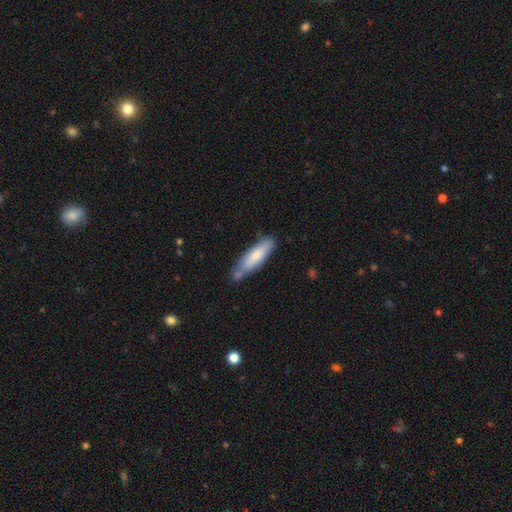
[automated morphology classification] A smooth galaxy with no disk features (76%) that is cigar-shaped (68%).

Vote fractions:
- Smooth or featured? smooth: 76% / featured or disk: 18% / star or artifact: 6%
- How rounded? cigar-shaped: 68% / in between: 31% / round: 1%
- Merging? none: 64% / minor disturbance: 20% / merger: 12% / major disturbance: 4%